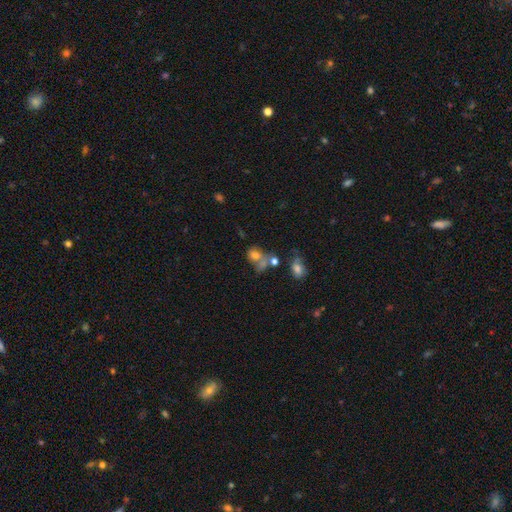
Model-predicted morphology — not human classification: Overall: smooth (59%; star or artifact 22%). How rounded: round (49%, tied with in between). Merging: merger (43%; none 30%).